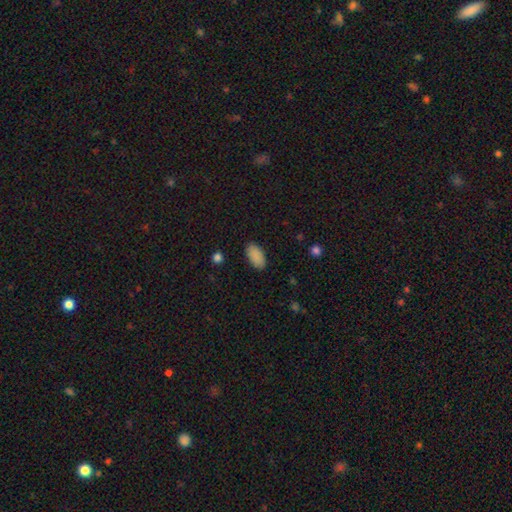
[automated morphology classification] Smooth or featured?
  - smooth: 89% *
  - star or artifact: 7%
  - featured or disk: 3%
How rounded?
  - in between: 94% *
  - cigar-shaped: 3%
  - round: 3%
Merging?
  - none: 88% *
  - minor disturbance: 9%
  - major disturbance: 2%
  - merger: 1%